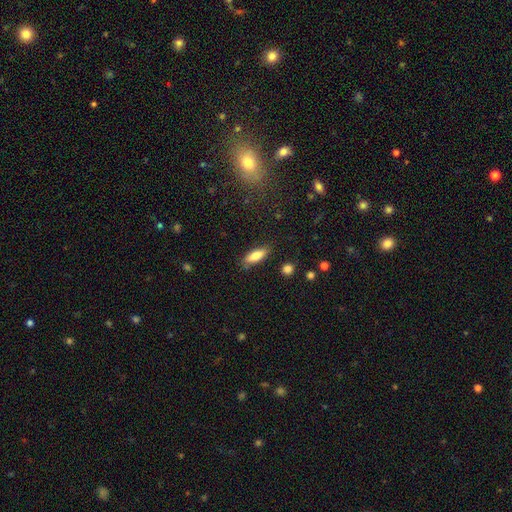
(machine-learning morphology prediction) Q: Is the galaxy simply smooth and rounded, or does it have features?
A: smooth — 81%.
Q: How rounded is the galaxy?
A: in between — 63%.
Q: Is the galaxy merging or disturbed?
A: none — 83%.